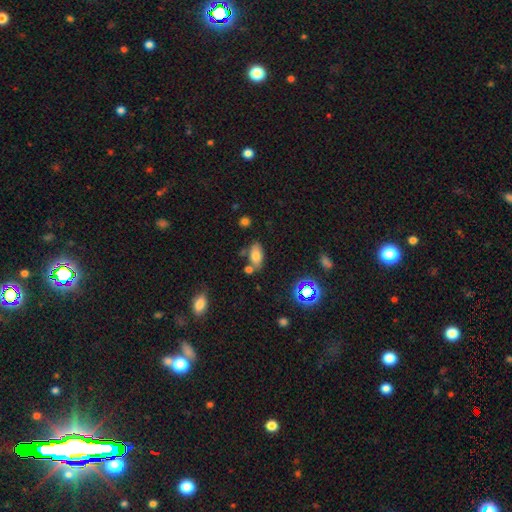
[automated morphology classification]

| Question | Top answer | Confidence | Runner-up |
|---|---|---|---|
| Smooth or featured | smooth | 74% | featured or disk (14%) |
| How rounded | in between | 90% | cigar-shaped (6%) |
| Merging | none | 66% | minor disturbance (16%) |